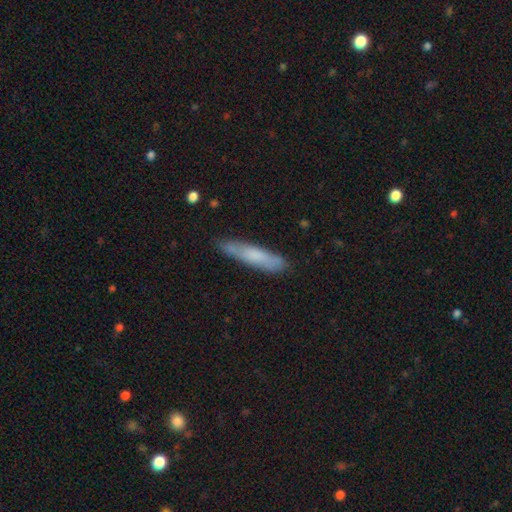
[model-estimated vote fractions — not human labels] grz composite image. It shows a smooth galaxy with no disk features (68%) that is cigar-shaped (88%). Merging: none (81%).